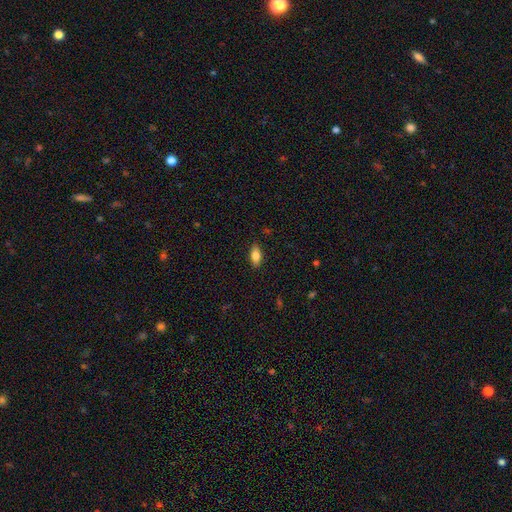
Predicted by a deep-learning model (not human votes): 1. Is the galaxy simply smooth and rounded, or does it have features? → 81% smooth, 12% featured or disk, 8% star or artifact.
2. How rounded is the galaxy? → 86% in between, 11% cigar-shaped, 3% round.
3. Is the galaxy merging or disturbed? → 86% none, 10% minor disturbance, 2% major disturbance, 1% merger.